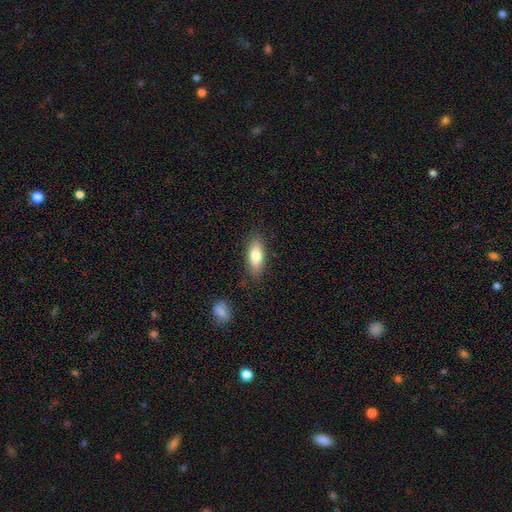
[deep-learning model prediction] smooth-or-featured: smooth: 78% | featured or disk: 16% | star or artifact: 7%
  how-rounded: in between: 74% | cigar-shaped: 24% | round: 3%
  merging: none: 83% | minor disturbance: 12% | major disturbance: 3% | merger: 2%